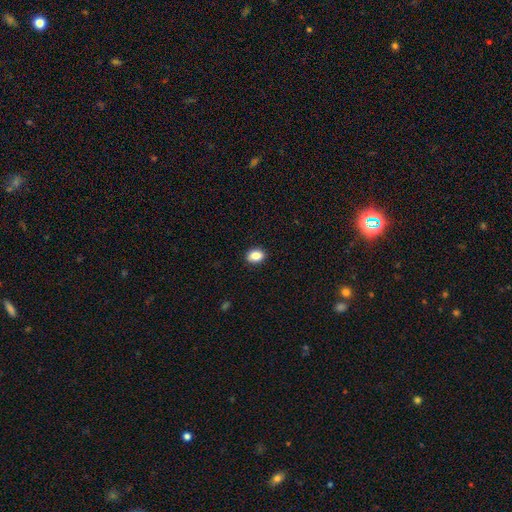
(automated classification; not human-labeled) Smooth or featured: smooth — 86% (star or artifact — 9%)
How rounded: in between — 70% (round — 28%)
Merging: none — 90% (minor disturbance — 7%)